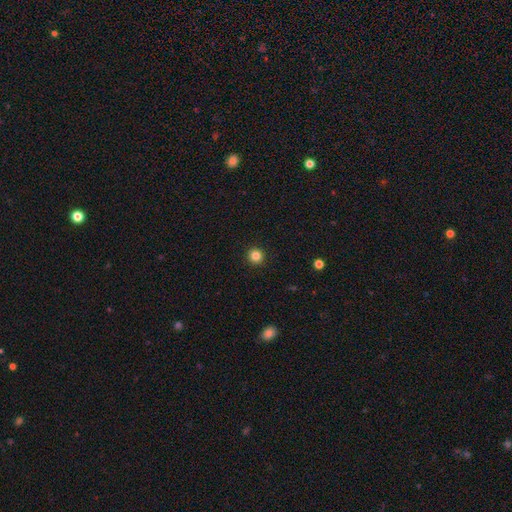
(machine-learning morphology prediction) Smooth or featured: smooth — 84% (star or artifact — 12%)
How rounded: round — 95% (in between — 4%)
Merging: none — 93% (minor disturbance — 4%)